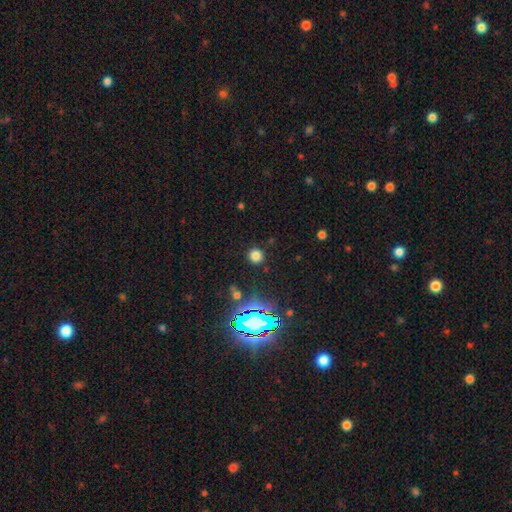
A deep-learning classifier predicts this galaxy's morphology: Overall: smooth (74%). How rounded: round (92%). Merging: none (88%).